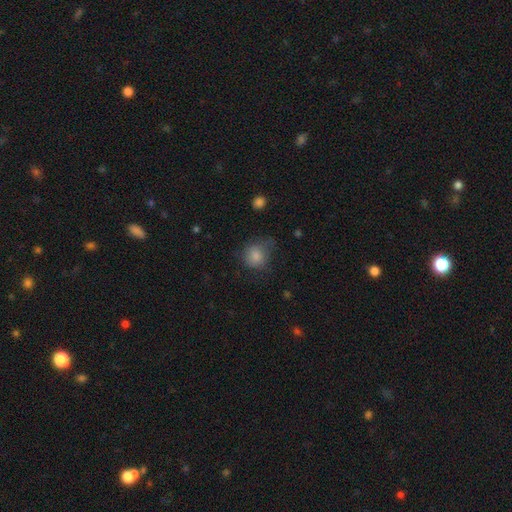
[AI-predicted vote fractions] This is clearly a smooth galaxy (81%). How rounded: likely round (77%). Merging: possibly none (53%).